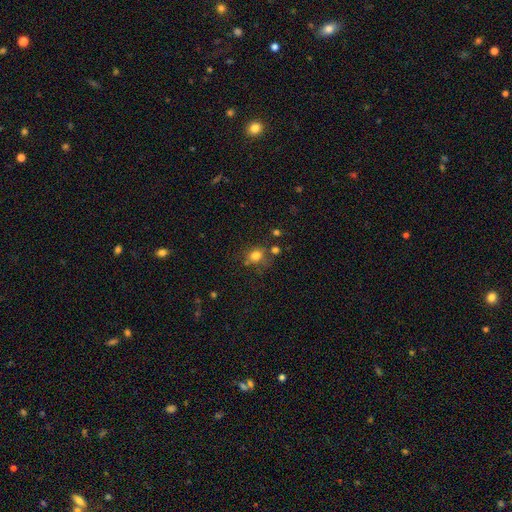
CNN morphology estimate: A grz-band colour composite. It shows a smooth galaxy with no disk features (77%) that is round (61%). Merging: none (61%).